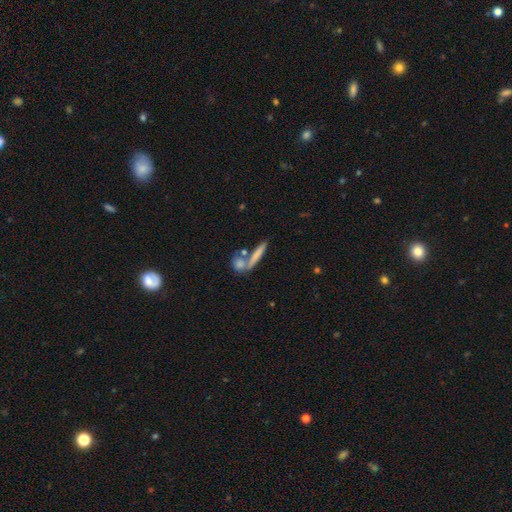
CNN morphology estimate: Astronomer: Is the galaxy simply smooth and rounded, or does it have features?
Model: smooth — 67%.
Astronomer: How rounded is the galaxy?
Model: cigar-shaped — 79%.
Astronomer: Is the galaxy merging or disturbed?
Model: none — 56%.